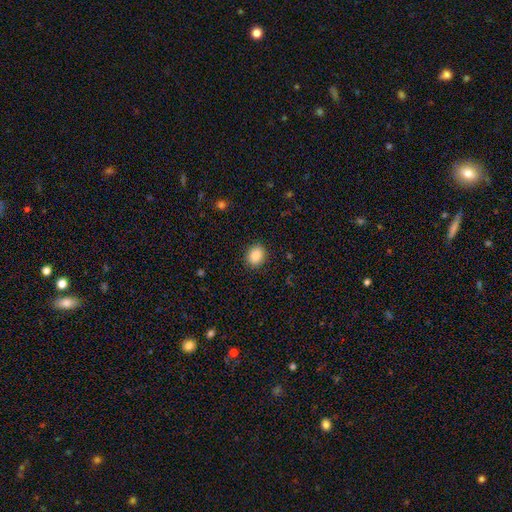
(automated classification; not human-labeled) smooth-or-featured: smooth: 89% | star or artifact: 8% | featured or disk: 3%
  how-rounded: round: 51% | in between: 48% | cigar-shaped: 1%
  merging: none: 89% | minor disturbance: 8% | major disturbance: 3% | merger: 1%